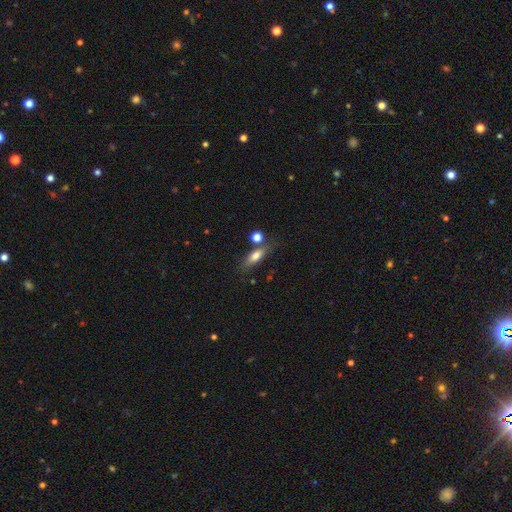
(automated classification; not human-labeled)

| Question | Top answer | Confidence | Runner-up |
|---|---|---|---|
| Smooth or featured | smooth | 73% | featured or disk (19%) |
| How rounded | in between | 63% | cigar-shaped (31%) |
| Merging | none | 64% | minor disturbance (16%) |